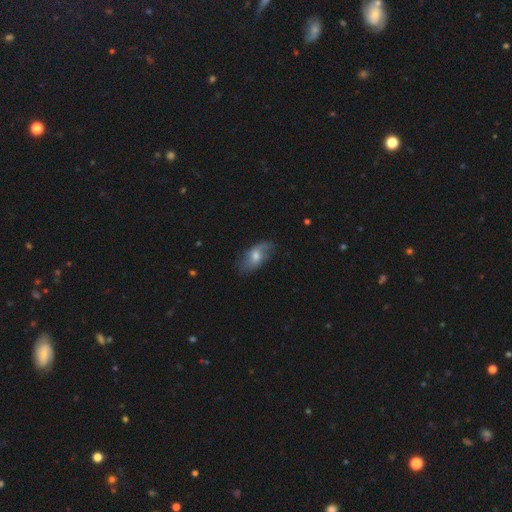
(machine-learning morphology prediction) This appears to be a smooth galaxy with no disk features (50%). Merging: none (65%).